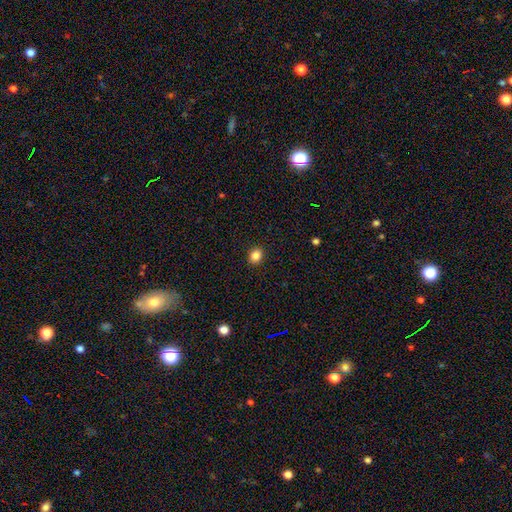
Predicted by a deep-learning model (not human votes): smooth 84%, star or artifact 11%, featured or disk 5%. Down the decision tree: how rounded — round (70%); merging — none (91%).